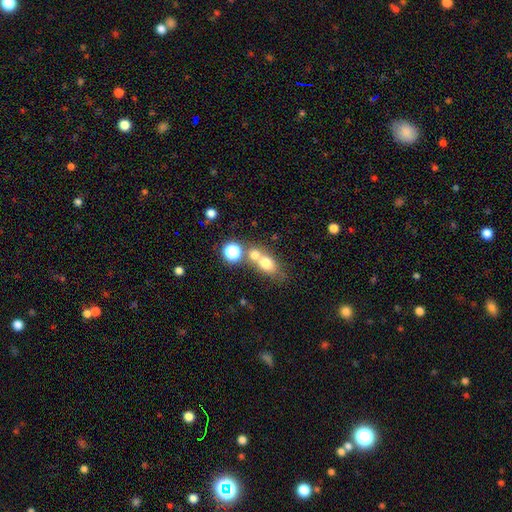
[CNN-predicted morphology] The model was most divided on "merging": merger: 45%, none: 39%, minor disturbance: 10%, major disturbance: 6%. More confident: smooth or featured — smooth (66%); how rounded — in between (52%).